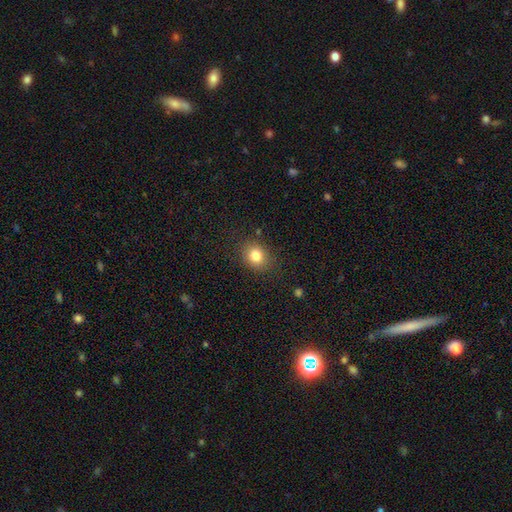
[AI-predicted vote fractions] Smooth or featured: smooth — 82% (star or artifact — 11%)
How rounded: round — 62% (in between — 38%)
Merging: none — 84% (minor disturbance — 11%)